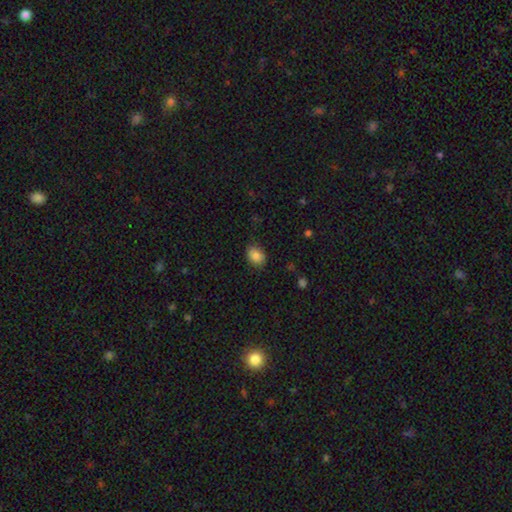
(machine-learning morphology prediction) This appears to be a smooth galaxy with no disk features (86%) that is in between round and cigar-shaped (64%). Merging: none (81%).